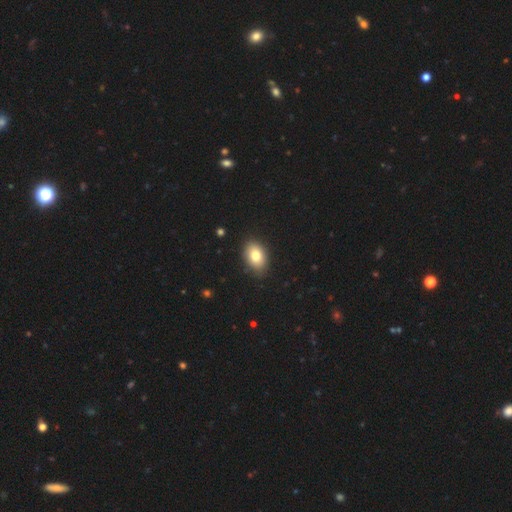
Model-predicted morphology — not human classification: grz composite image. It shows a smooth galaxy with no disk features (80%) that is in between round and cigar-shaped (84%). Merging: none (87%).